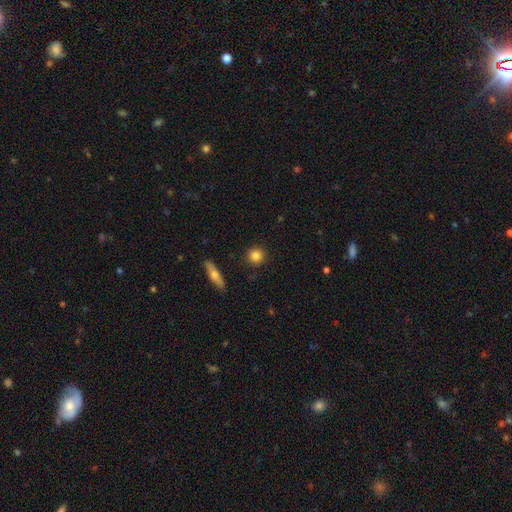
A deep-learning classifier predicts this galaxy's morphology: Smooth or featured? Predicted: smooth (p=0.83). How rounded? Predicted: round (p=0.90). Merging? Predicted: none (p=0.90).